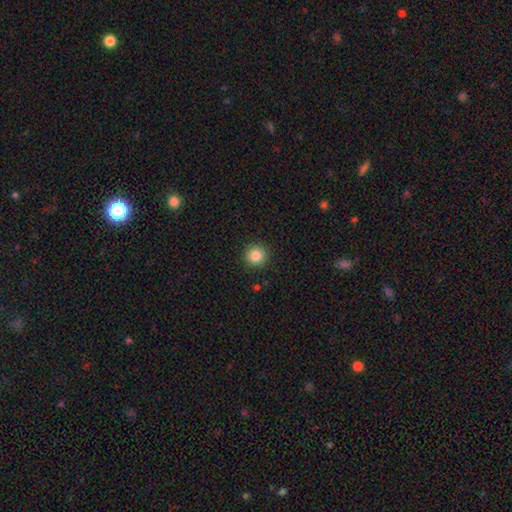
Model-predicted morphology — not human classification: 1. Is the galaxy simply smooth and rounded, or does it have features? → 85% smooth, 10% star or artifact, 5% featured or disk.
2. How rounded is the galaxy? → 94% round, 5% in between, 1% cigar-shaped.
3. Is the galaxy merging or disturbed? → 92% none, 5% minor disturbance, 2% major disturbance, 1% merger.